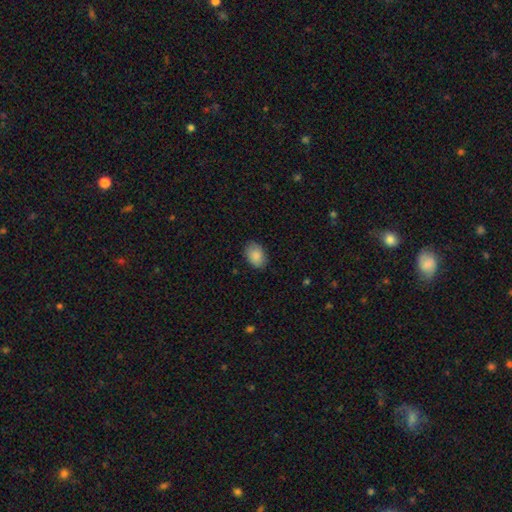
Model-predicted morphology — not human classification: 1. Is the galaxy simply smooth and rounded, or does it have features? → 88% smooth, 7% star or artifact, 5% featured or disk.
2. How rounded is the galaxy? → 81% in between, 18% round, 1% cigar-shaped.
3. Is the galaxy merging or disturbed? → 83% none, 13% minor disturbance, 3% major disturbance, 1% merger.